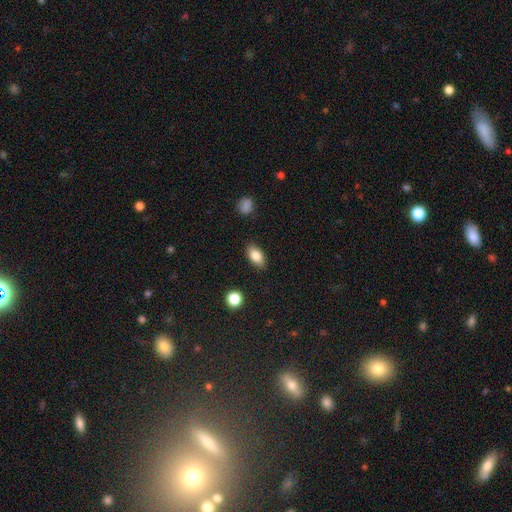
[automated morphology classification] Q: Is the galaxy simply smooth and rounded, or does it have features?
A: smooth — 82%.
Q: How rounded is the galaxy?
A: in between — 89%.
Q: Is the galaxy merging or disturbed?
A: none — 86%.